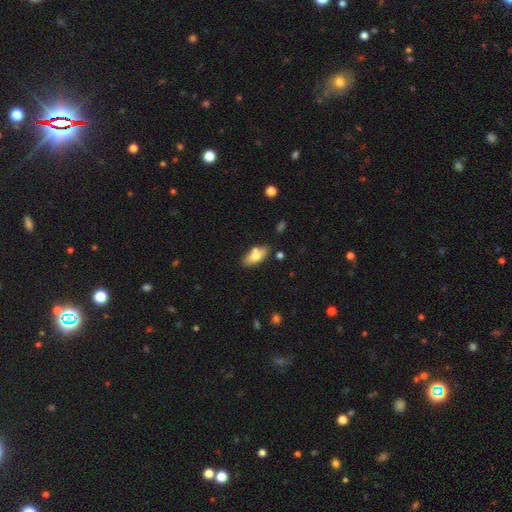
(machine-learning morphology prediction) Overall: smooth (70%). How rounded: in between (83%). Merging: none (72%).